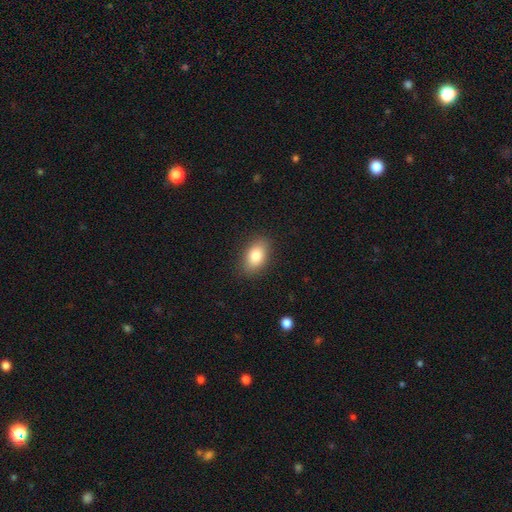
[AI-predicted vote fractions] Smooth or featured? smooth (83%)
How rounded? in between (89%)
Merging? none (87%)